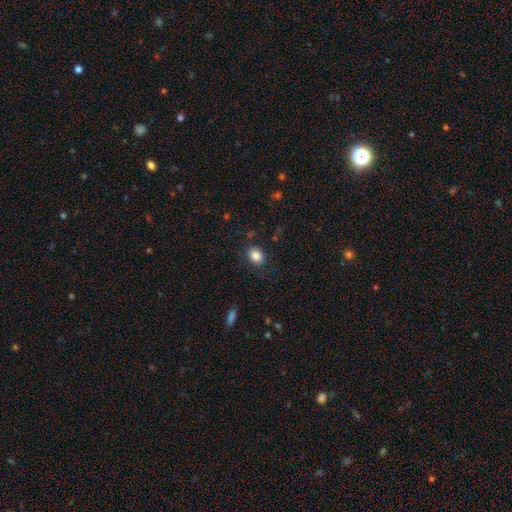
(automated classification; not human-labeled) This appears to be a smooth galaxy with no disk features (86%) that is in between round and cigar-shaped (70%). Merging: none (82%).